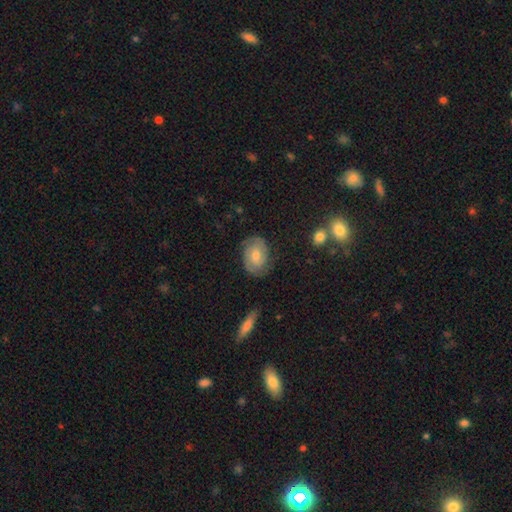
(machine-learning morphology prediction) featured or disk 63%, smooth 29%, star or artifact 8%. Down the decision tree: edge-on disk — no (96%); bar — no (63%); spiral arms — yes (89%); spiral arm count — 2 (74%); spiral winding — tight (61%); bulge size — moderate (56%); merging — none (81%).